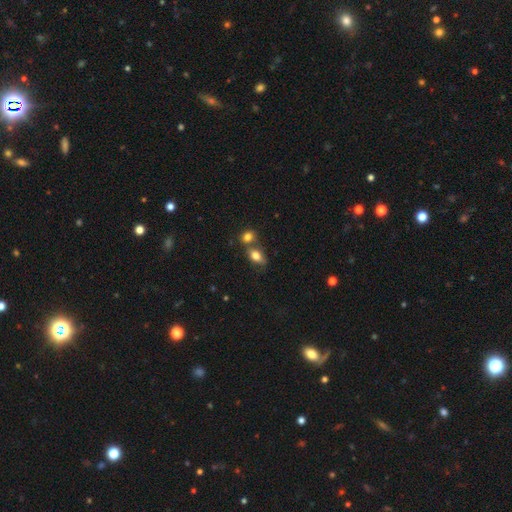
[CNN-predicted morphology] A smooth galaxy with no disk features (78%) that is in between round and cigar-shaped (81%).

Vote fractions:
- Smooth or featured? smooth: 78% / featured or disk: 12% / star or artifact: 10%
- How rounded? in between: 81% / round: 15% / cigar-shaped: 4%
- Merging? none: 46% / merger: 36% / minor disturbance: 13% / major disturbance: 5%